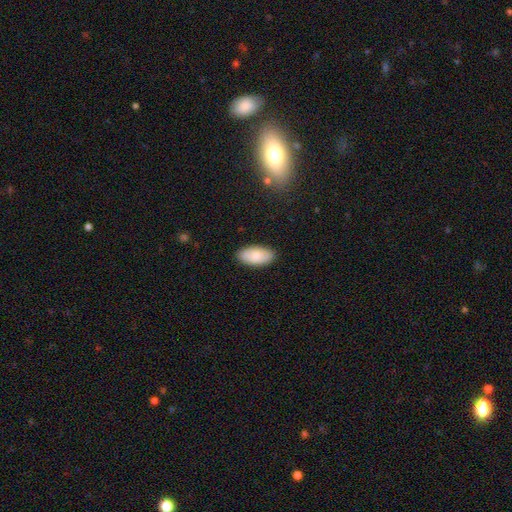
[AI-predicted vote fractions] Q: Smooth or featured?
A: smooth (82%); runner-up: featured or disk (12%)
Q: How rounded?
A: in between (94%); runner-up: cigar-shaped (3%)
Q: Merging?
A: none (88%); runner-up: minor disturbance (9%)